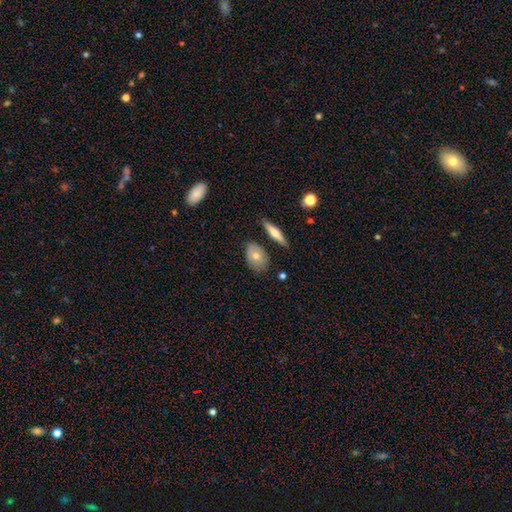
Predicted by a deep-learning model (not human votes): Morphology: type=smooth (64%); roundness=in between (79%); merging=none (75%).